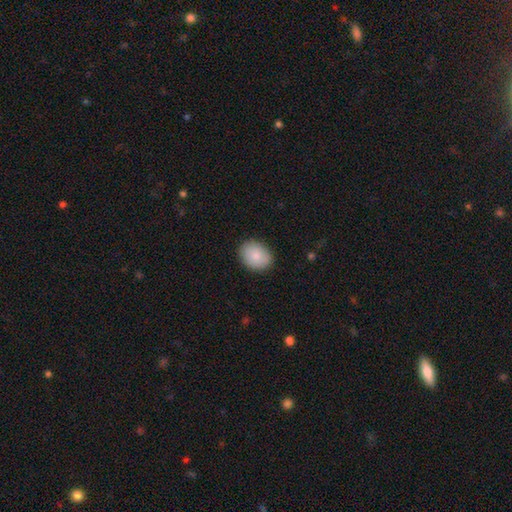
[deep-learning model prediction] This is clearly a smooth galaxy (87%). How rounded: likely in between (65%). Merging: clearly none (87%).